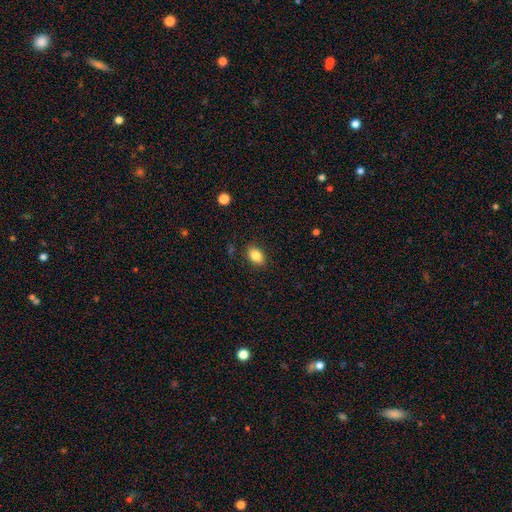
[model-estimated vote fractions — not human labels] Overall: smooth (84%). How rounded: in between (83%). Merging: none (87%).